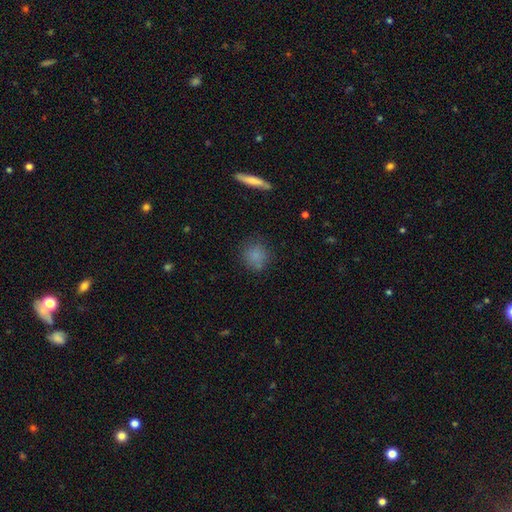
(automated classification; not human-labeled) Smooth or featured? Predicted: smooth (p=0.81). How rounded? Predicted: round (p=0.82). Merging? Predicted: none (p=0.76).